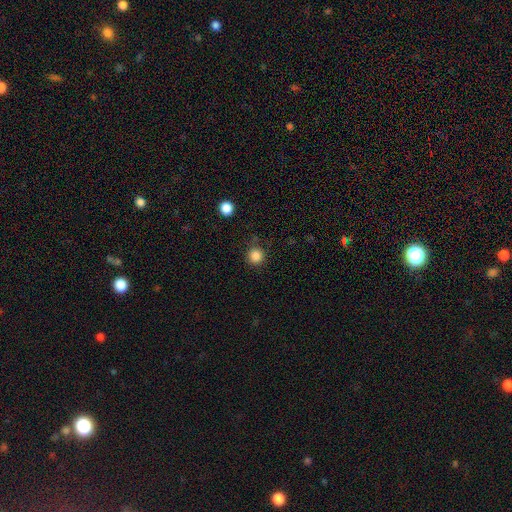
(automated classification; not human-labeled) smooth 85%, star or artifact 11%, featured or disk 3%. Down the decision tree: how rounded — round (95%); merging — none (85%).